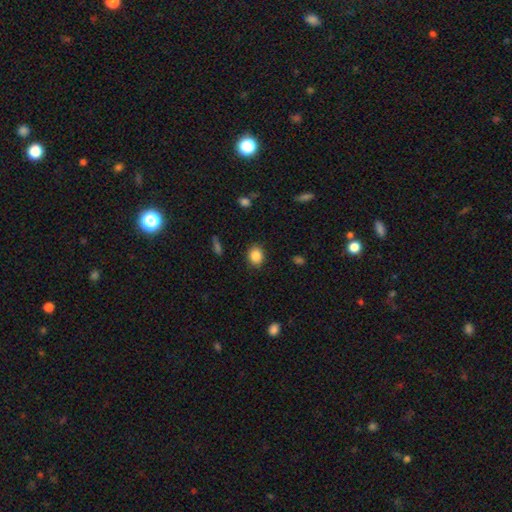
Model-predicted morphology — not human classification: Smooth or featured? Predicted: smooth (p=0.86). How rounded? Predicted: in between (p=0.53). Merging? Predicted: none (p=0.86).